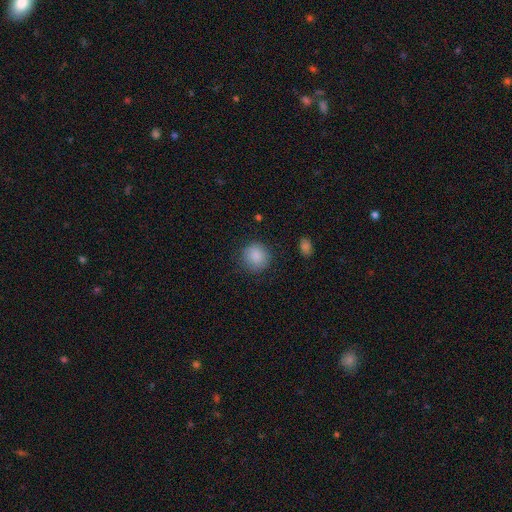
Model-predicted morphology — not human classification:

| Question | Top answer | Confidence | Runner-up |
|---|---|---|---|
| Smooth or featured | smooth | 88% | star or artifact (8%) |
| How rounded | round | 91% | in between (8%) |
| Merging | none | 85% | minor disturbance (10%) |